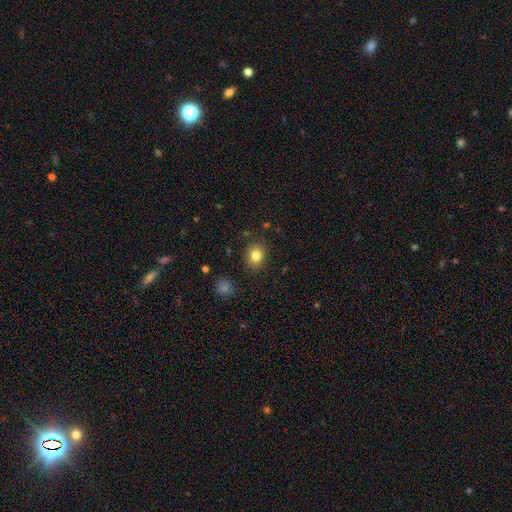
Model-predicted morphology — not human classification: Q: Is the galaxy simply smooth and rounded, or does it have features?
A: smooth — 82%.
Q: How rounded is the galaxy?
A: round — 62%.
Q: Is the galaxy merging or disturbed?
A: none — 87%.